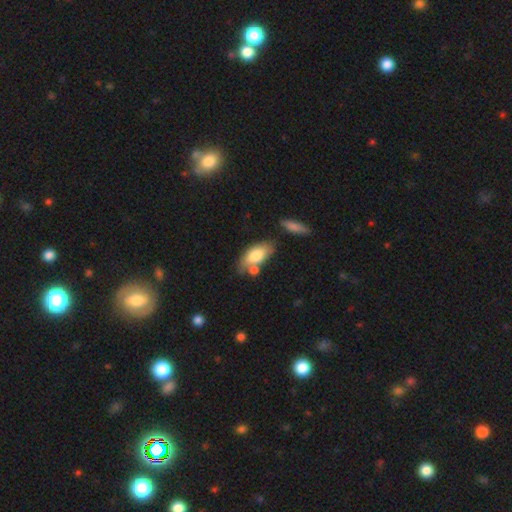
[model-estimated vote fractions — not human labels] Morphology: type=smooth (76%); roundness=in between (89%); merging=none (54%).